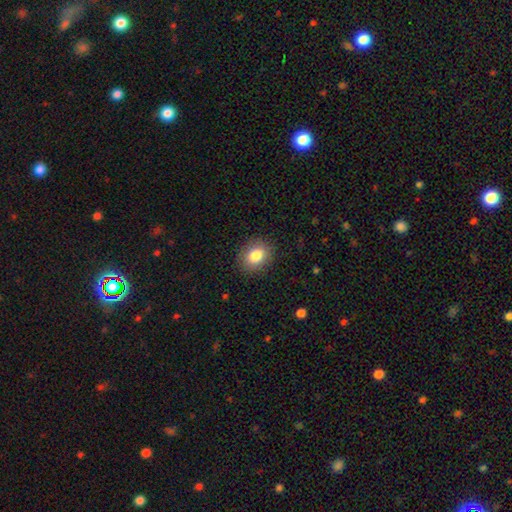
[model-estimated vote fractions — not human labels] Overall: smooth (83%). How rounded: round (56%; in between 43%). Merging: none (88%).